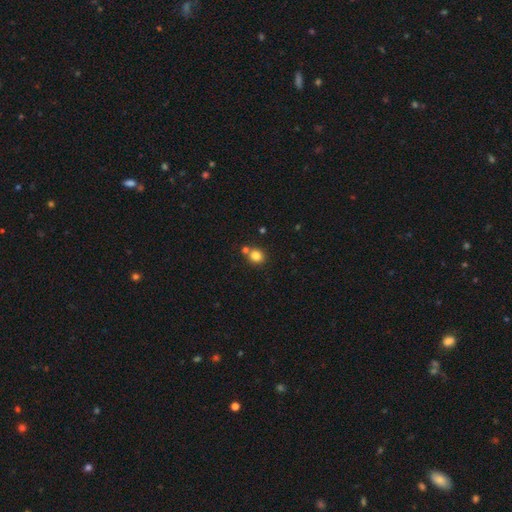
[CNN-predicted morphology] The model was most divided on "merging": none: 69%, merger: 20%, minor disturbance: 9%, major disturbance: 3%. More confident: how rounded — round (83%); smooth or featured — smooth (82%).